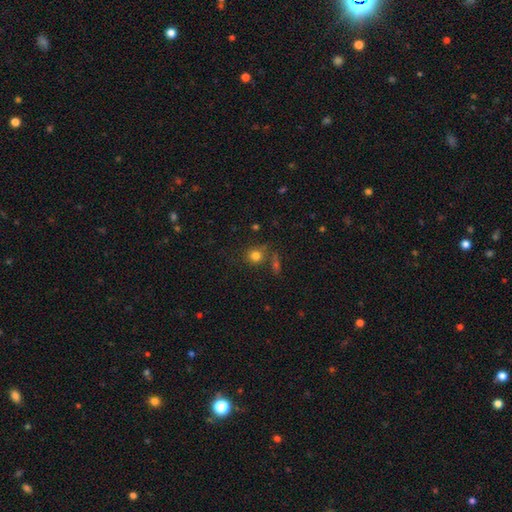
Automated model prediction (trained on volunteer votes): Overall: smooth (79%). How rounded: round (86%). Merging: none (71%).